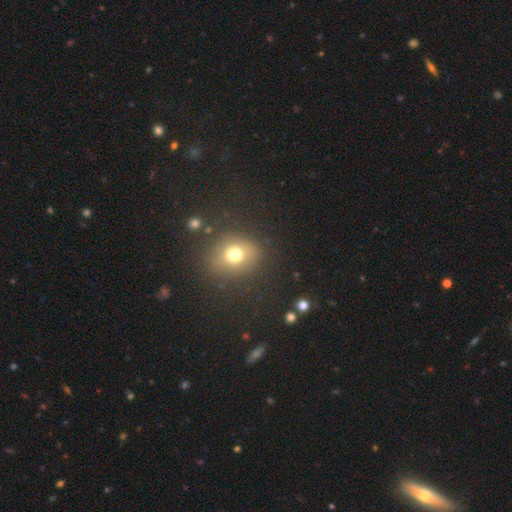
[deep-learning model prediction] smooth_or_featured: smooth (p=0.57) [alt: star or artifact p=0.30]
how_rounded: round (p=0.63) [alt: in between p=0.35]
merging: none (p=0.86) [alt: minor disturbance p=0.08]